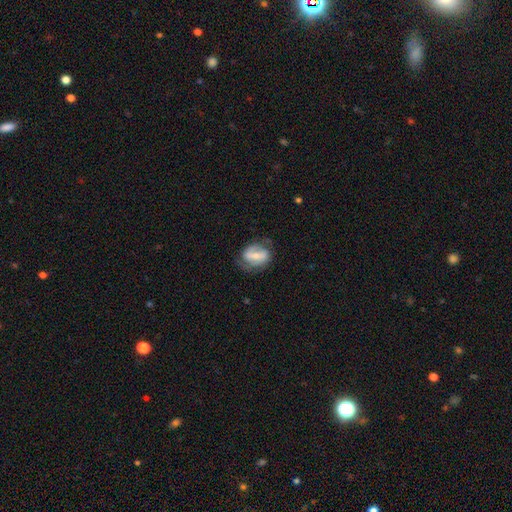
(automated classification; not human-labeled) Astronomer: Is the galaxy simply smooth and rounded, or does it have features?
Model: featured or disk — 65%.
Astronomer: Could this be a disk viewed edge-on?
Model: no — 96%.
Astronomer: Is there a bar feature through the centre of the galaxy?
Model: strong — 47% (runner-up: weak, 37%).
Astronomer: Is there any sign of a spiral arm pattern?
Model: yes — 77%.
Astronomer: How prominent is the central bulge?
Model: small — 47% (runner-up: moderate, 41%).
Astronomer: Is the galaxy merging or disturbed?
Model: none — 58%.